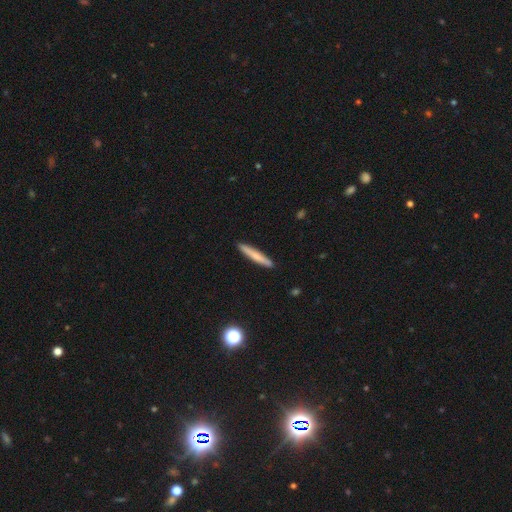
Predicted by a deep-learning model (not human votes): This appears to be a smooth galaxy with no disk features (70%) that is cigar-shaped (95%). Merging: none (91%).